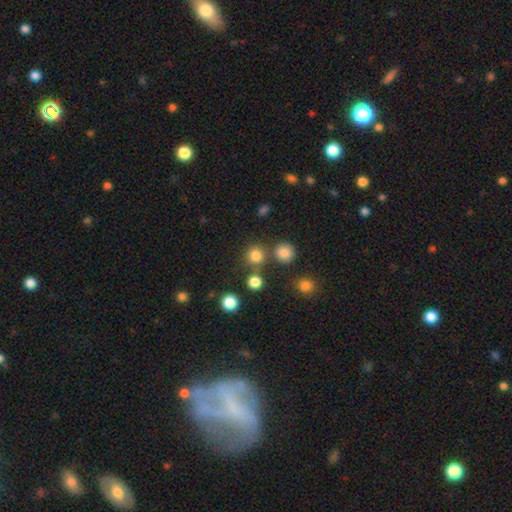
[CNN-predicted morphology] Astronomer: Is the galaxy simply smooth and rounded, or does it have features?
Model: smooth — 79%.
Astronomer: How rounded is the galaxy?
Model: round — 91%.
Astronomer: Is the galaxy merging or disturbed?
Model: none — 74%.